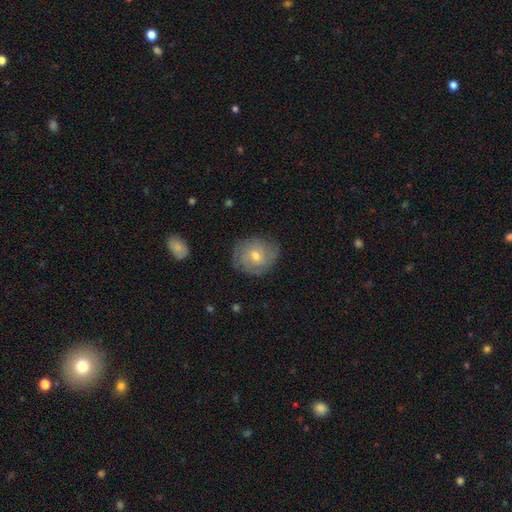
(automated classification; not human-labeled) Q: Smooth or featured?
A: featured or disk (58%); runner-up: smooth (33%)
Q: Edge-on disk?
A: no (97%); runner-up: yes (3%)
Q: Bar?
A: no (67%); runner-up: weak (29%)
Q: Spiral arms?
A: yes (82%); runner-up: no (18%)
Q: Bulge size?
A: moderate (52%); runner-up: small (44%)
Q: Merging?
A: none (77%); runner-up: minor disturbance (17%)